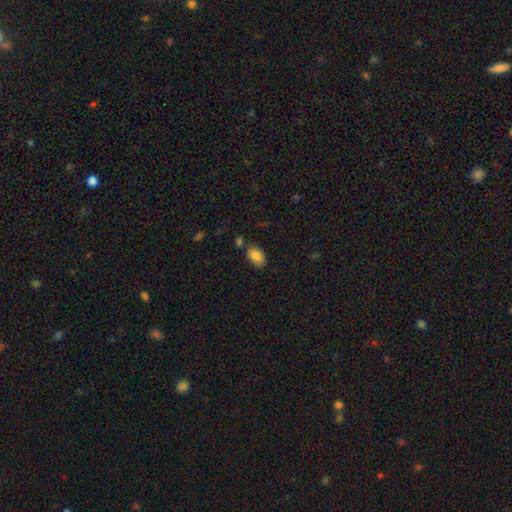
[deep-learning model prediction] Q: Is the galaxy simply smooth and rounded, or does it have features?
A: smooth — 84%.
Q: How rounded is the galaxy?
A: in between — 91%.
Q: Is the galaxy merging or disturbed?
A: none — 74%.